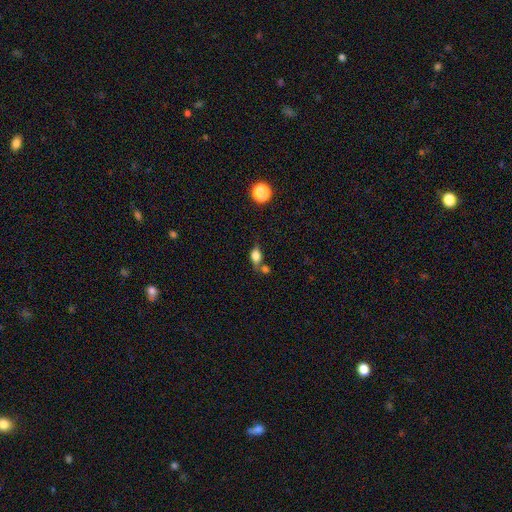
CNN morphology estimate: A smooth galaxy with no disk features (71%) that is in between round and cigar-shaped (73%). Merging: none (51%).